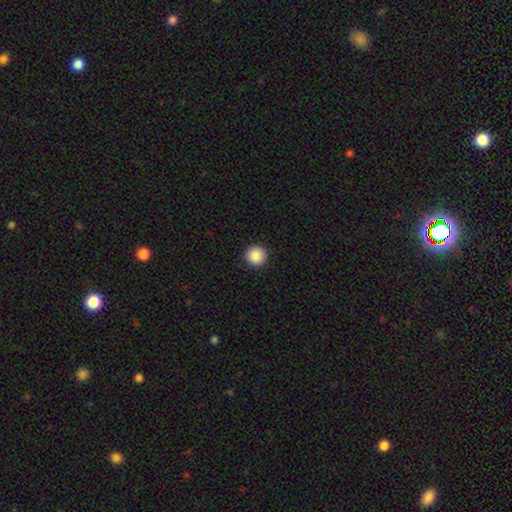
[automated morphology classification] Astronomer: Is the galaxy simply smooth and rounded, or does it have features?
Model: smooth — 88%.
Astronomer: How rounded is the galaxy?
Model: round — 96%.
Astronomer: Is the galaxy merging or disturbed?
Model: none — 93%.